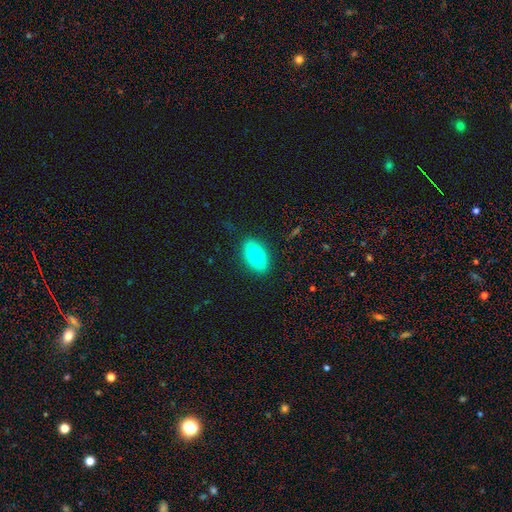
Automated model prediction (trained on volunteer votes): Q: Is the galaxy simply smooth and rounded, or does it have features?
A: smooth — 74%.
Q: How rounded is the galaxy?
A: in between — 90%.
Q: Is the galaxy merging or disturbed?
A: none — 87%.